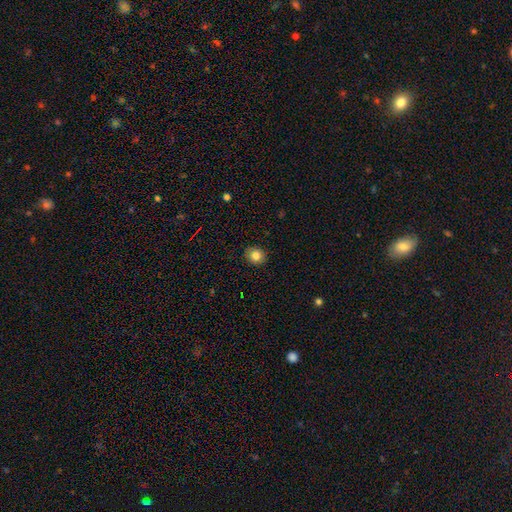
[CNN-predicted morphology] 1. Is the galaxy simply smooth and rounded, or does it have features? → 82% smooth, 10% star or artifact, 7% featured or disk.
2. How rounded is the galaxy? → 76% round, 23% in between, 1% cigar-shaped.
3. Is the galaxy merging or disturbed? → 90% none, 7% minor disturbance, 2% major disturbance, 1% merger.